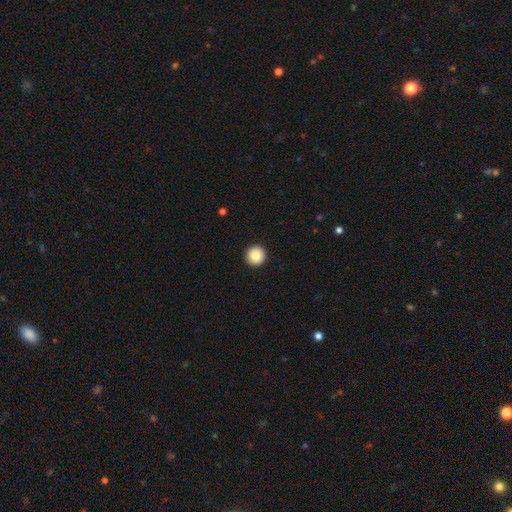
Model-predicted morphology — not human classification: type=smooth (89%); roundness=round (96%); merging=none (94%).